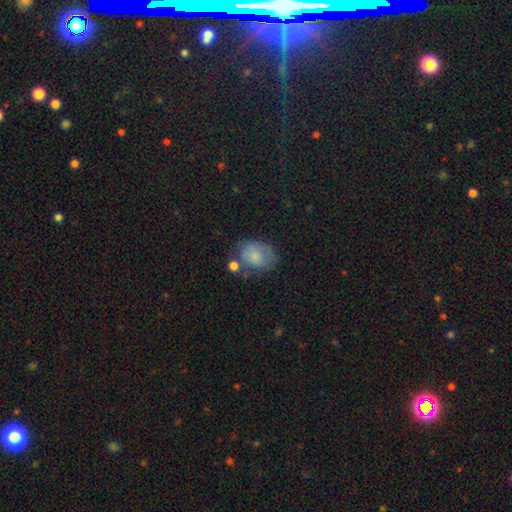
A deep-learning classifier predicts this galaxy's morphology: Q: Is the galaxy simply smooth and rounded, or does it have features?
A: smooth — 76%.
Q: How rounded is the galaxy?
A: in between — 58%.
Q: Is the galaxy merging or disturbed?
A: none — 49%.